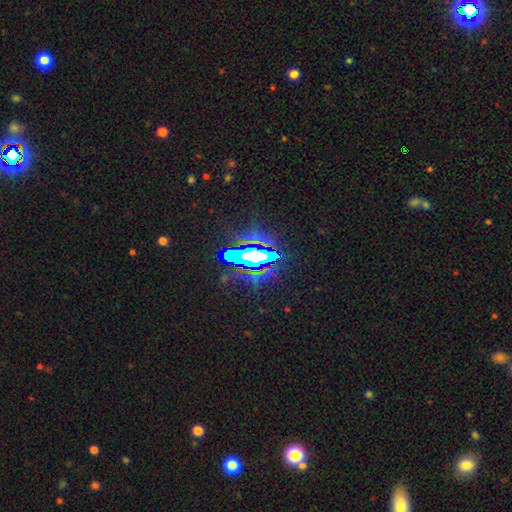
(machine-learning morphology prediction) A star or artifact, not a galaxy (69%).